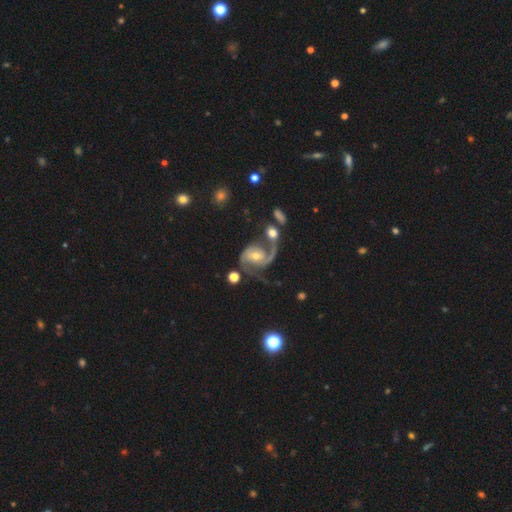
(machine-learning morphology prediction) smooth-or-featured: featured or disk: 89% | smooth: 6% | star or artifact: 5%
  disk-edge-on: no: 98% | yes: 2%
    bar: no: 47% | weak: 38% | strong: 15%
    has-spiral-arms: yes: 97% | no: 3%
      spiral-winding: medium: 52% | loose: 27% | tight: 20%
      spiral-arm-count: 2: 78% | 1: 9% | 3: 5% | can't tell: 4% | 4: 2% | more than 4: 2%
    bulge-size: moderate: 55% | small: 40% | large: 3% | none: 1% | dominant: 1%
  merging: none: 45% | major disturbance: 19% | minor disturbance: 18% | merger: 18%